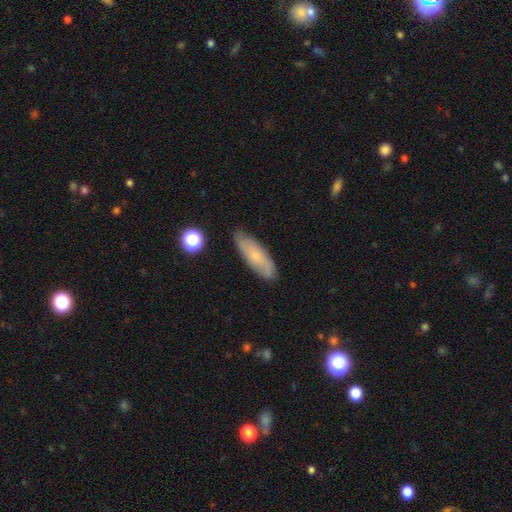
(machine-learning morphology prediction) The model was most divided on "smooth or featured": smooth: 53%, featured or disk: 39%, star or artifact: 8%. More confident: merging — none (80%); how rounded — in between (58%).